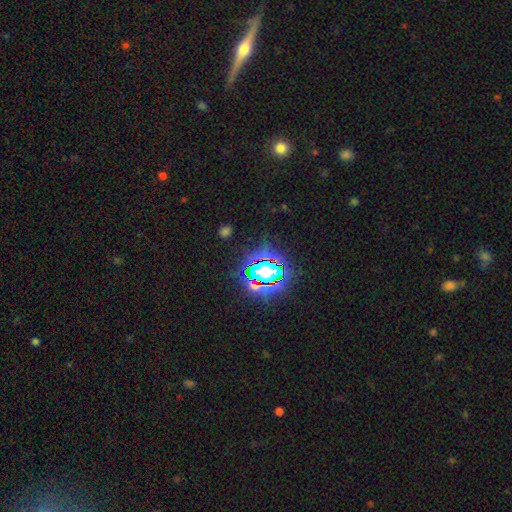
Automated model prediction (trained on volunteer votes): A star or artifact, not a galaxy (74%).